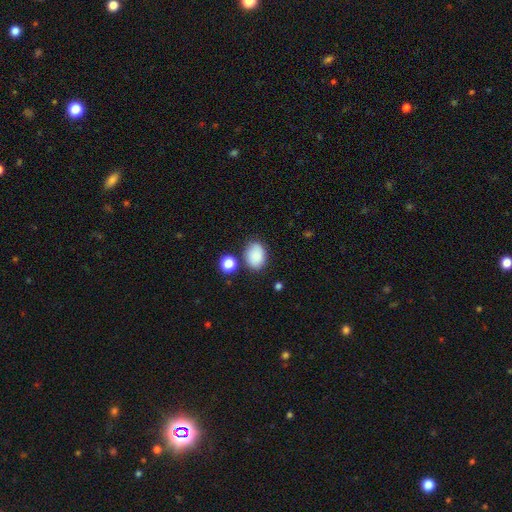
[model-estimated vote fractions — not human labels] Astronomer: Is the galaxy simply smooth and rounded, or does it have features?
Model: smooth — 84%.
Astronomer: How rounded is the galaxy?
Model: in between — 73%.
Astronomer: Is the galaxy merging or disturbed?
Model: none — 73%.